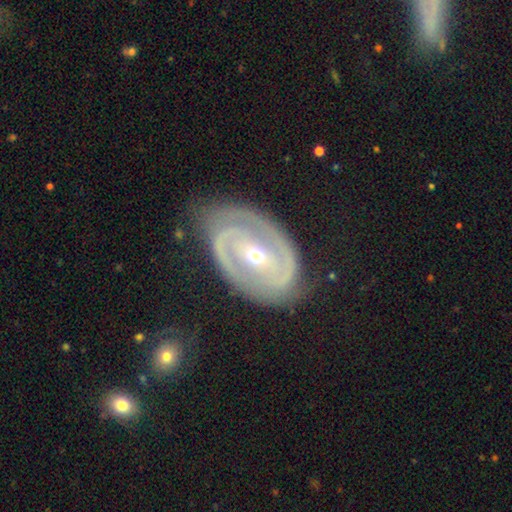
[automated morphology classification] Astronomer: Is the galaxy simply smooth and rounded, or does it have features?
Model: featured or disk — 90%.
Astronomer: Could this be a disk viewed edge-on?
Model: no — 97%.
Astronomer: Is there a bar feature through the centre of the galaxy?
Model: weak — 36% (runner-up: no, 33%).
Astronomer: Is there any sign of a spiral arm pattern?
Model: yes — 95%.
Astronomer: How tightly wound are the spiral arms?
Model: tight — 66%.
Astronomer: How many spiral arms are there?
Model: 2 — 80%.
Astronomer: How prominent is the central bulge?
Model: small — 60% (runner-up: moderate, 37%).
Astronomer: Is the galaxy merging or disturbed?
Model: none — 74%.